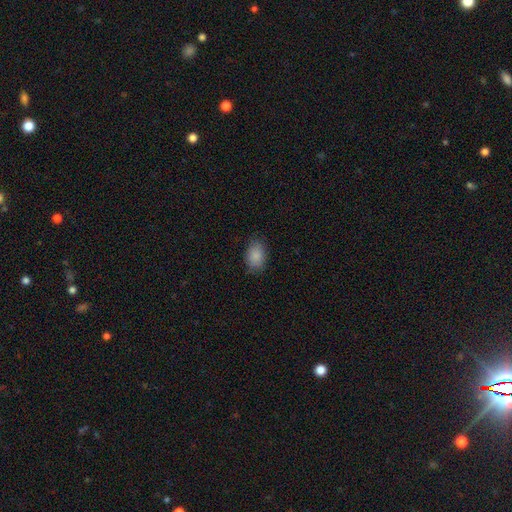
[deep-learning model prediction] smooth-or-featured: smooth: 88% | star or artifact: 7% | featured or disk: 5%
  how-rounded: in between: 80% | round: 18% | cigar-shaped: 1%
  merging: none: 79% | minor disturbance: 16% | major disturbance: 4% | merger: 1%